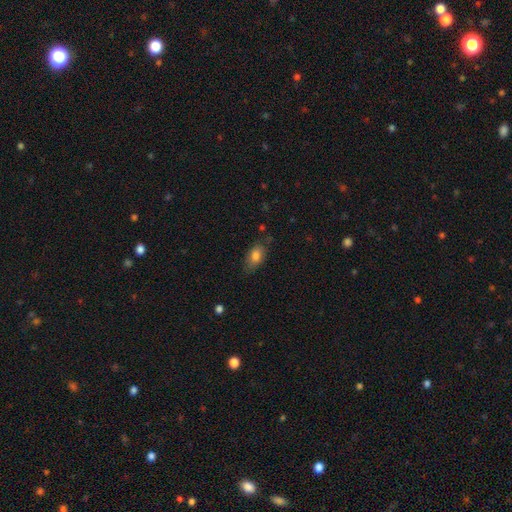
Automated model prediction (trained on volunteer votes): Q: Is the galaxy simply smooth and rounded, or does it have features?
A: smooth — 79%.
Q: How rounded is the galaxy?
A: in between — 88%.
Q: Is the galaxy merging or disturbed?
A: none — 70%.